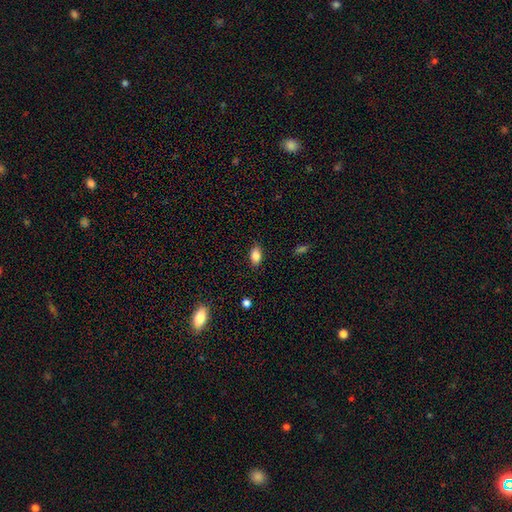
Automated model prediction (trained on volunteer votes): The model was most divided on "merging": none: 84%, minor disturbance: 13%, major disturbance: 3%, merger: 1%. More confident: how rounded — in between (87%); smooth or featured — smooth (84%).